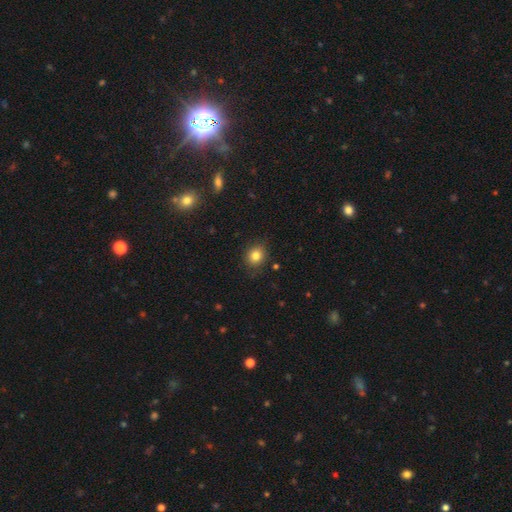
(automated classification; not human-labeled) The model was most divided on "how rounded": round: 73%, in between: 26%, cigar-shaped: 1%. More confident: merging — none (84%); smooth or featured — smooth (82%).